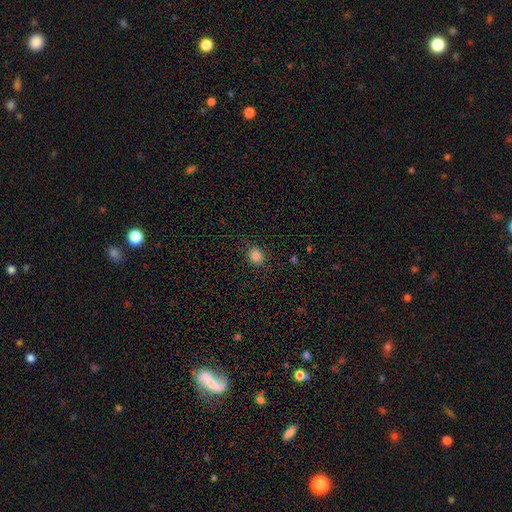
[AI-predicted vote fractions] This appears to be a smooth galaxy with no disk features (84%) that is round (82%). Merging: none (88%).